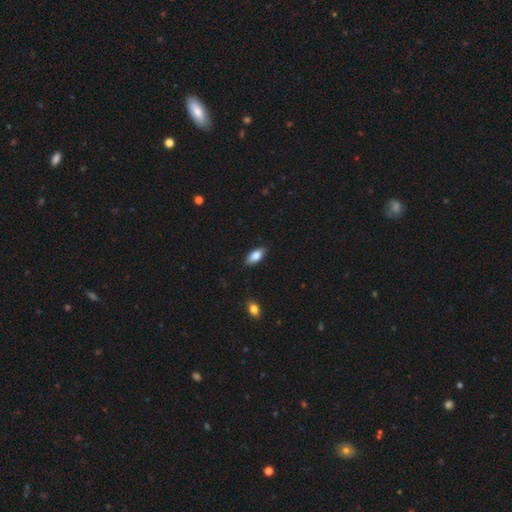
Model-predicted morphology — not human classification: Smooth or featured?
  - smooth: 80% *
  - featured or disk: 13%
  - star or artifact: 7%
How rounded?
  - in between: 88% *
  - cigar-shaped: 9%
  - round: 2%
Merging?
  - none: 87% *
  - minor disturbance: 10%
  - major disturbance: 2%
  - merger: 1%